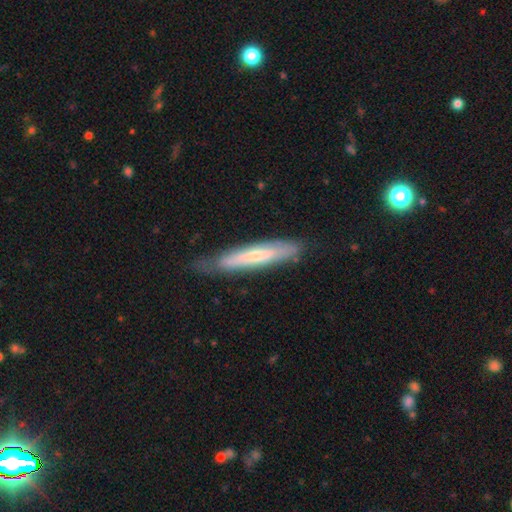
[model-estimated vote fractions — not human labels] The model was most divided on "smooth or featured" (2-way tie): featured or disk: 47%, smooth: 47%, star or artifact: 6%. More confident: merging — none (73%).